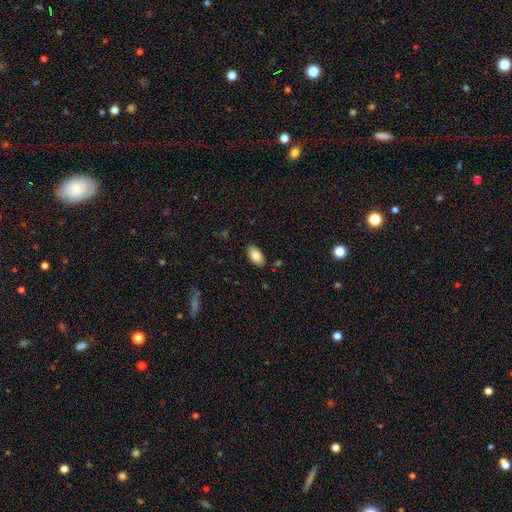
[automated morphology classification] A smooth galaxy with no disk features (86%) that is in between round and cigar-shaped (95%).

Vote fractions:
- Smooth or featured? smooth: 86% / featured or disk: 7% / star or artifact: 7%
- How rounded? in between: 95% / round: 3% / cigar-shaped: 2%
- Merging? none: 86% / minor disturbance: 10% / major disturbance: 2% / merger: 2%